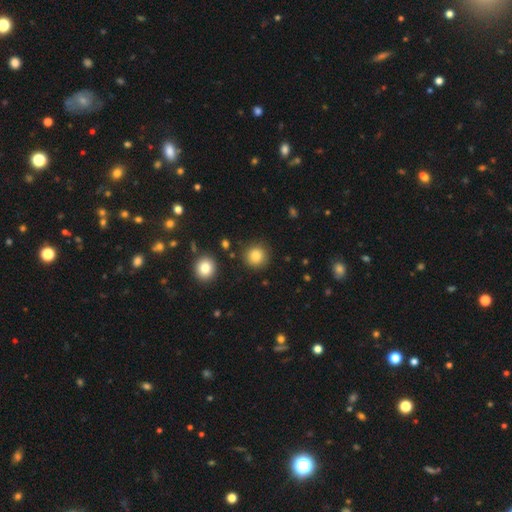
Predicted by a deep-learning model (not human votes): Smooth or featured? smooth (84%)
How rounded? round (93%)
Merging? none (88%)